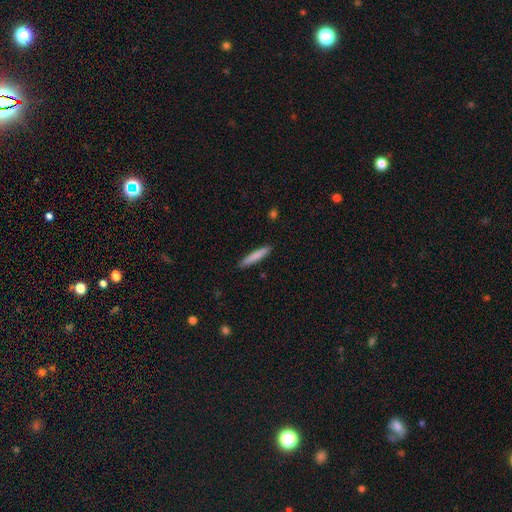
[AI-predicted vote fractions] smooth-or-featured: smooth: 80% | featured or disk: 14% | star or artifact: 6%
  how-rounded: cigar-shaped: 92% | in between: 7% | round: 1%
  merging: none: 89% | minor disturbance: 8% | major disturbance: 2% | merger: 1%